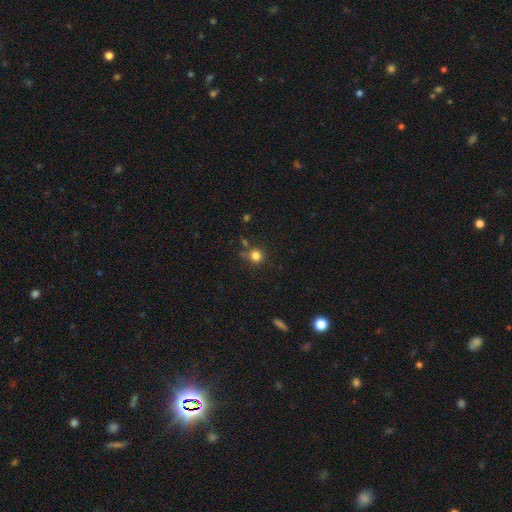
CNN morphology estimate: This appears to be a smooth galaxy with no disk features (81%) that is round (91%). Merging: none (71%).